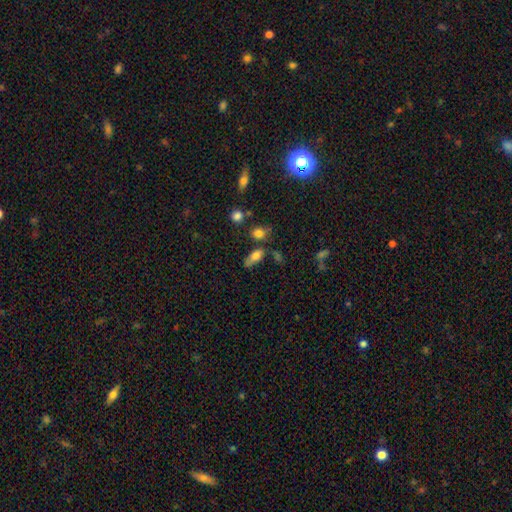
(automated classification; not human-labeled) A smooth galaxy with no disk features (75%) that is in between round and cigar-shaped (77%).

Vote fractions:
- Smooth or featured? smooth: 75% / featured or disk: 14% / star or artifact: 11%
- How rounded? in between: 77% / cigar-shaped: 15% / round: 8%
- Merging? none: 51% / minor disturbance: 25% / merger: 13% / major disturbance: 11%